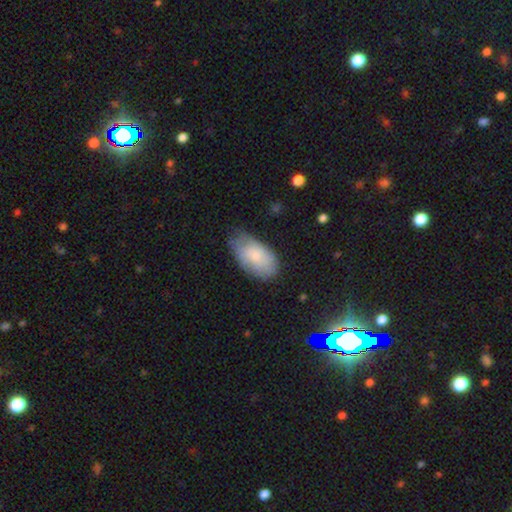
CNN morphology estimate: smooth_or_featured: smooth (p=0.74) [alt: featured or disk p=0.20]
how_rounded: in between (p=0.95) [alt: round p=0.03]
merging: none (p=0.62) [alt: minor disturbance p=0.30]